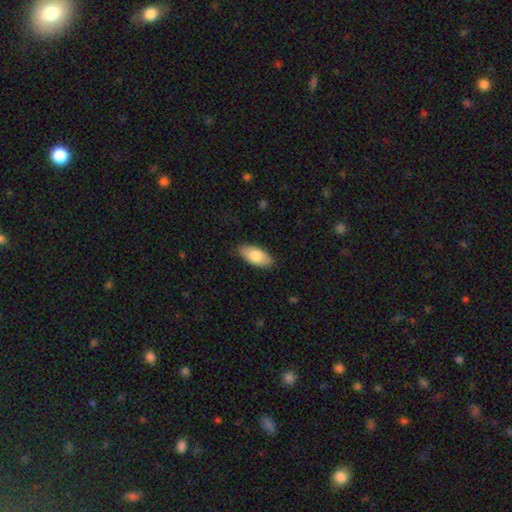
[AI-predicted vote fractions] The model was most divided on "smooth or featured": smooth: 81%, featured or disk: 13%, star or artifact: 6%. More confident: how rounded — in between (91%); merging — none (86%).